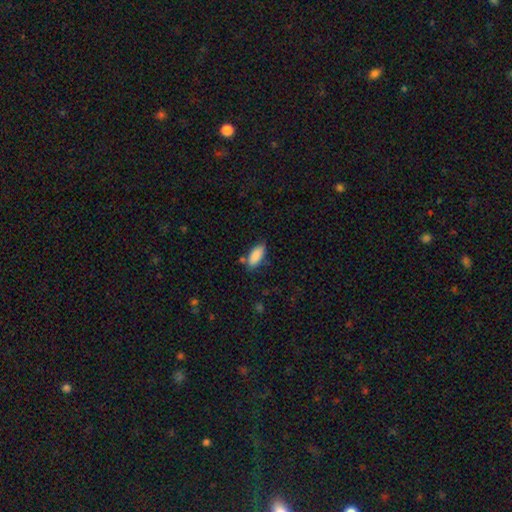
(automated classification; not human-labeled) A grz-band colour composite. It shows a smooth galaxy with no disk features (87%) that is in between round and cigar-shaped (83%). Merging: none (70%).